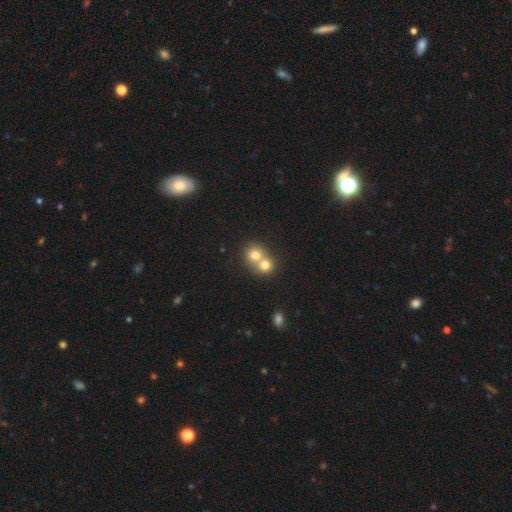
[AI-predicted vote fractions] smooth_or_featured: smooth (p=0.73) [alt: featured or disk p=0.16]
how_rounded: round (p=0.79) [alt: in between p=0.20]
merging: merger (p=0.64) [alt: none p=0.30]